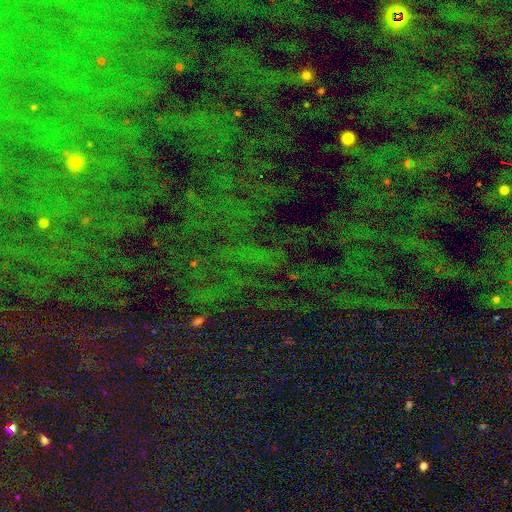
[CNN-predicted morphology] This is likely a star or artifact rather than a galaxy (79%).